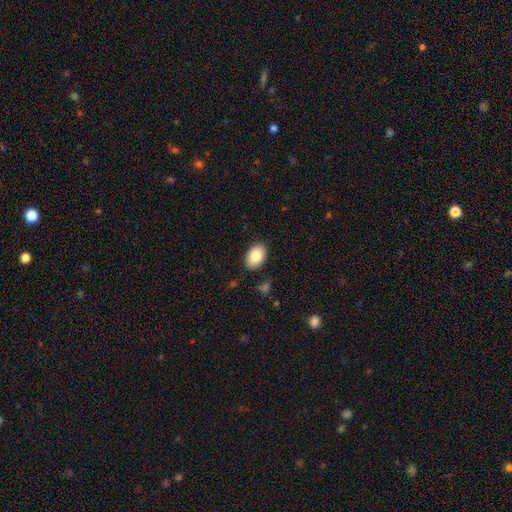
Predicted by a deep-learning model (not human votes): This appears to be a smooth galaxy with no disk features (84%) that is in between round and cigar-shaped (90%). Merging: none (87%).